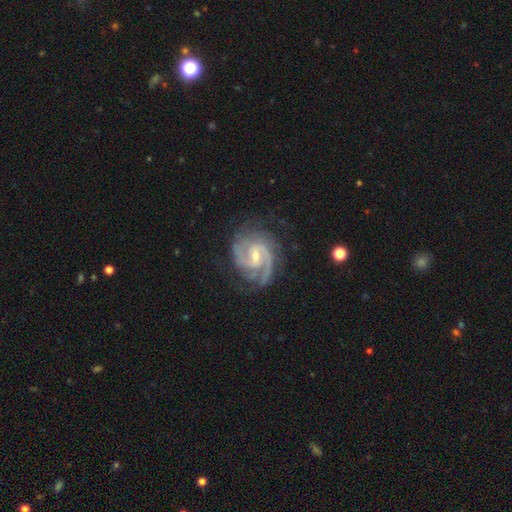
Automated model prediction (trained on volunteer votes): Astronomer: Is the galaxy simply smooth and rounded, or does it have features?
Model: featured or disk — 93%.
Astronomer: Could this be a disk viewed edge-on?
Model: no — 98%.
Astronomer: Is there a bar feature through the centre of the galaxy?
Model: weak — 52%.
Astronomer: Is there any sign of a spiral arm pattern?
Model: yes — 99%.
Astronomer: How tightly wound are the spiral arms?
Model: medium — 49% (runner-up: tight, 43%).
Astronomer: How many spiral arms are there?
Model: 2 — 67%.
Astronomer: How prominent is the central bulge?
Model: small — 59% (runner-up: moderate, 37%).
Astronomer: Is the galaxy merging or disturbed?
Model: none — 73%.